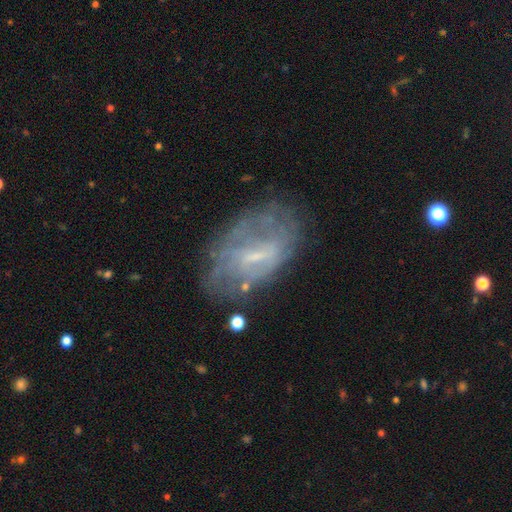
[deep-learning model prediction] A featured or disk galaxy (65%) with a weak bar (53%), no spiral arms (52%) and a small central bulge (58%).

Vote fractions:
- Smooth or featured? featured or disk: 65% / smooth: 25% / star or artifact: 10%
- Edge-on disk? no: 95% / yes: 5%
- Bar? weak: 53% / no: 28% / strong: 19%
- Spiral arms? no: 52% / yes: 48%
- Bulge size? small: 58% / moderate: 20% / none: 19% / large: 1% / dominant: 1%
- Merging? none: 58% / minor disturbance: 24% / major disturbance: 15% / merger: 3%